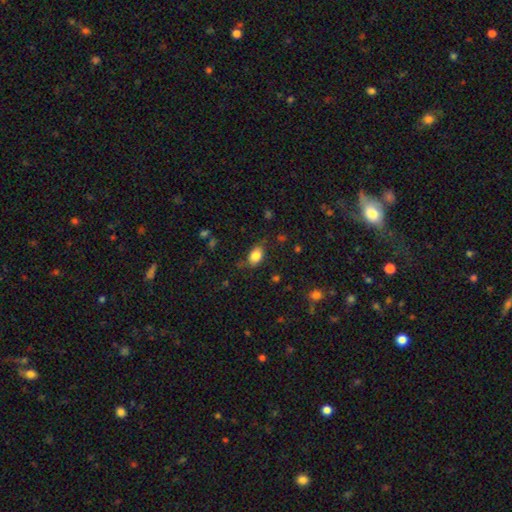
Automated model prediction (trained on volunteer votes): Morphology: type=smooth (84%); roundness=in between (83%); merging=none (73%).